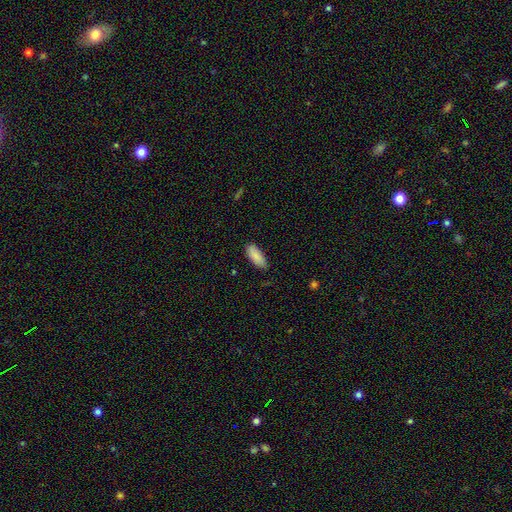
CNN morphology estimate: type=smooth (87%); roundness=in between (83%); merging=none (78%).